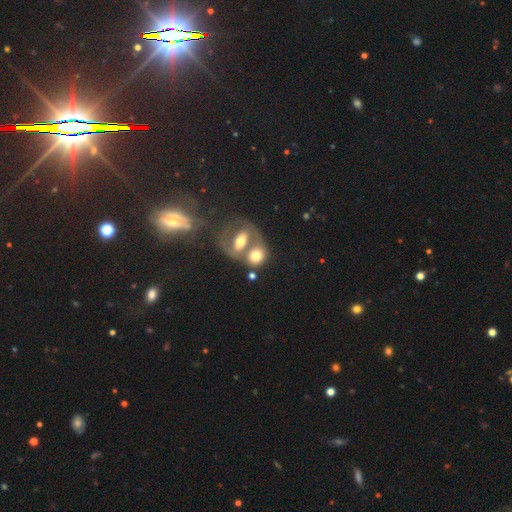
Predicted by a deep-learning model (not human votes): Morphology: type=smooth (58%); roundness=round (52%); merging=merger (65%).